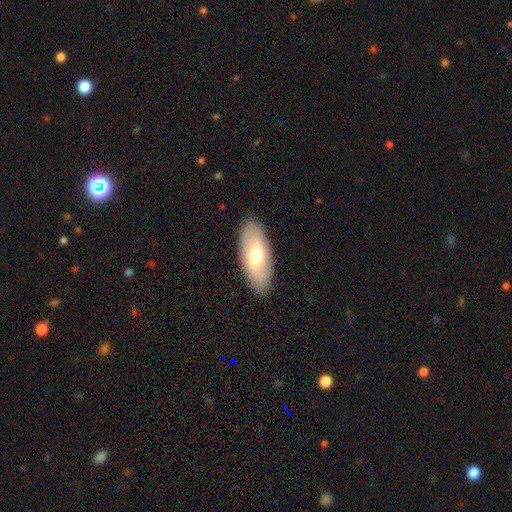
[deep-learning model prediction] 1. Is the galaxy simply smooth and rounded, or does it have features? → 60% smooth, 34% featured or disk, 6% star or artifact.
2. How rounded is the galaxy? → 84% in between, 14% cigar-shaped, 2% round.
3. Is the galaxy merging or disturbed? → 89% none, 8% minor disturbance, 2% major disturbance, 1% merger.